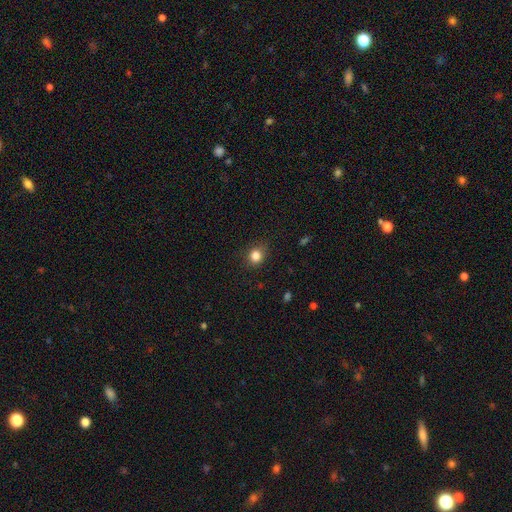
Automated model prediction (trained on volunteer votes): This appears to be a smooth galaxy with no disk features (83%) that is round (77%). Merging: none (82%).